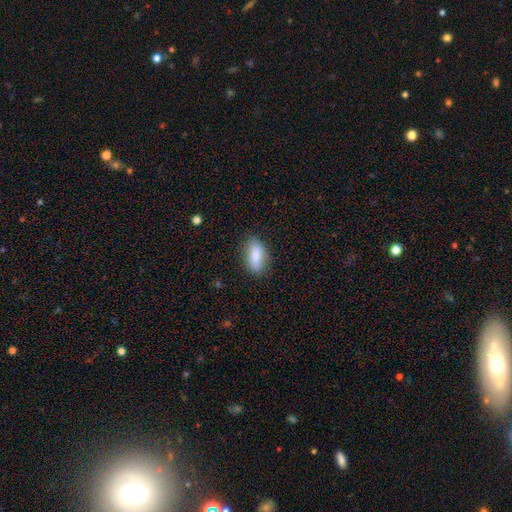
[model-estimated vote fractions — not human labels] This appears to be a smooth galaxy with no disk features (80%) that is in between round and cigar-shaped (79%). Merging: none (82%).